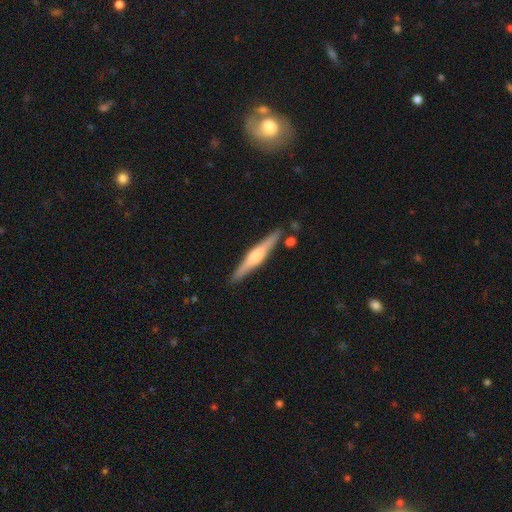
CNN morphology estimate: Smooth or featured? Predicted: featured or disk (p=0.70). Edge-on disk? Predicted: yes (p=0.98). Edge-on bulge? Predicted: rounded (p=0.80). Merging? Predicted: none (p=0.88).